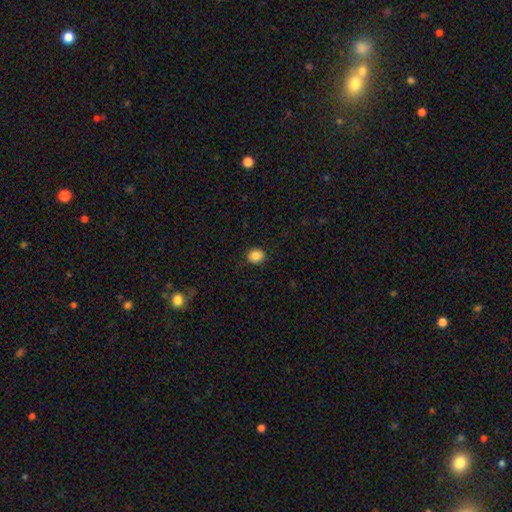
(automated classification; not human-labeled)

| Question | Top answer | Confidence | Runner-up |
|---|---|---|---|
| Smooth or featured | smooth | 85% | star or artifact (10%) |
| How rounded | round | 73% | in between (26%) |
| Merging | none | 87% | minor disturbance (10%) |